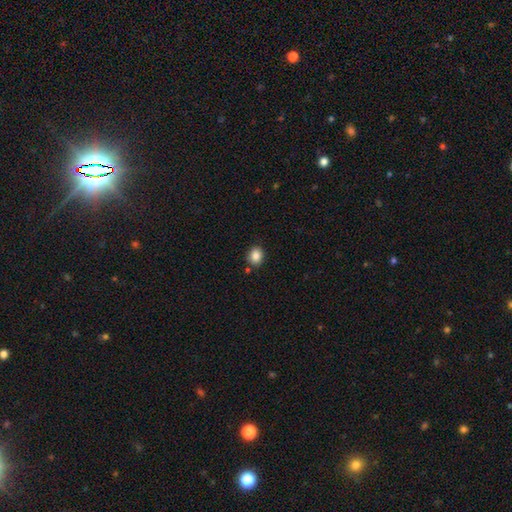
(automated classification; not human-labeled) Overall: smooth (86%). How rounded: round (65%; in between 34%). Merging: none (82%).